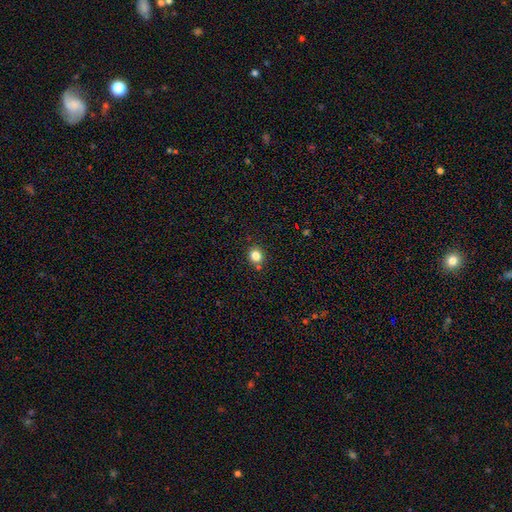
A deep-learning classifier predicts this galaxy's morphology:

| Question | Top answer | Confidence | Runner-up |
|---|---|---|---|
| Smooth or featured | smooth | 83% | star or artifact (12%) |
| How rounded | round | 81% | in between (18%) |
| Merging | none | 82% | minor disturbance (9%) |